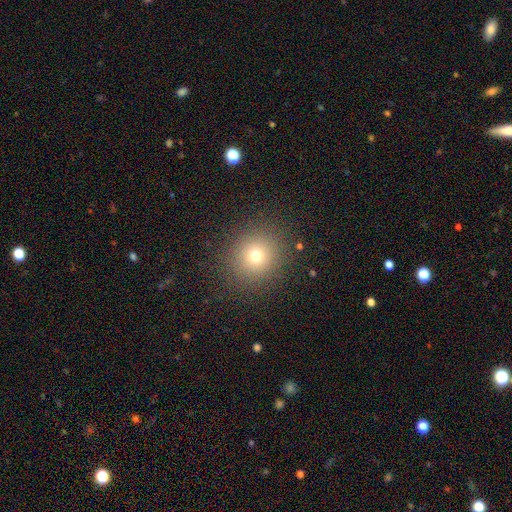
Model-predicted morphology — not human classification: Smooth or featured? smooth (71%)
How rounded? round (88%)
Merging? none (88%)